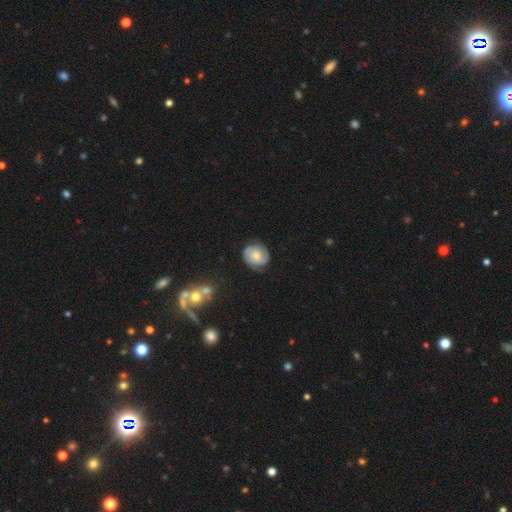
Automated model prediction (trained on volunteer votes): Smooth or featured? Predicted: featured or disk (p=0.65). Edge-on disk? Predicted: no (p=0.98). Bar? Predicted: no (p=0.67). Spiral arms? Predicted: yes (p=0.93). Spiral winding? Predicted: tight (p=0.57). Spiral arm count? Predicted: 2 (p=0.73). Bulge size? Predicted: moderate (p=0.47). Merging? Predicted: none (p=0.77).